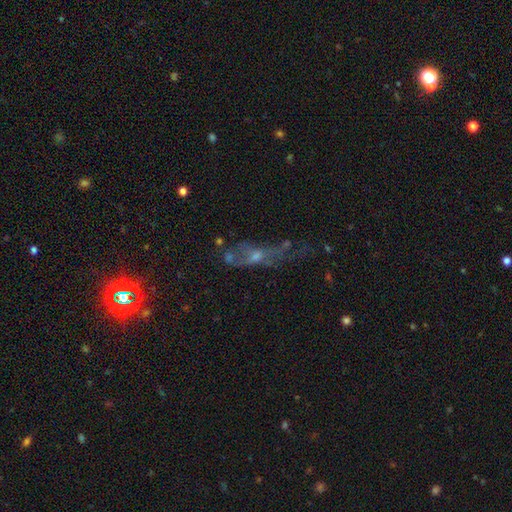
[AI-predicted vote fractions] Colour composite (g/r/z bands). It shows a featured or disk galaxy (53%). Merging: major disturbance (35%).